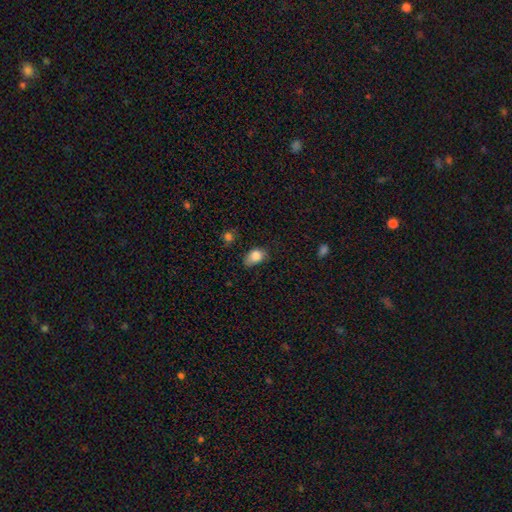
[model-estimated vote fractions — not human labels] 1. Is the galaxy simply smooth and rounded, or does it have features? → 84% smooth, 9% star or artifact, 7% featured or disk.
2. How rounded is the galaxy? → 82% in between, 17% round, 1% cigar-shaped.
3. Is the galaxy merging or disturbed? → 47% none, 39% minor disturbance, 11% major disturbance, 3% merger.